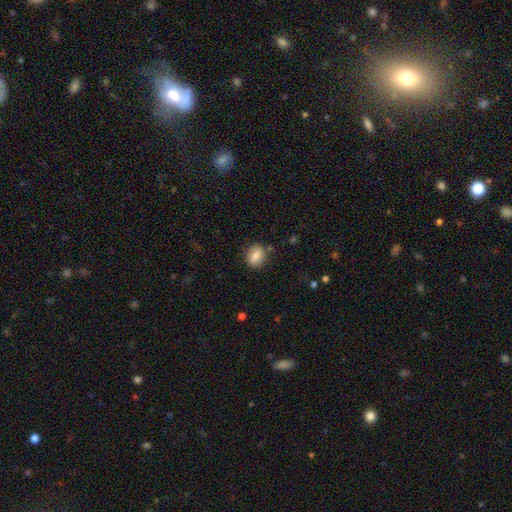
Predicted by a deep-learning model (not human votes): A smooth galaxy with no disk features (80%) that is in between round and cigar-shaped (50%). Merging: none (84%).